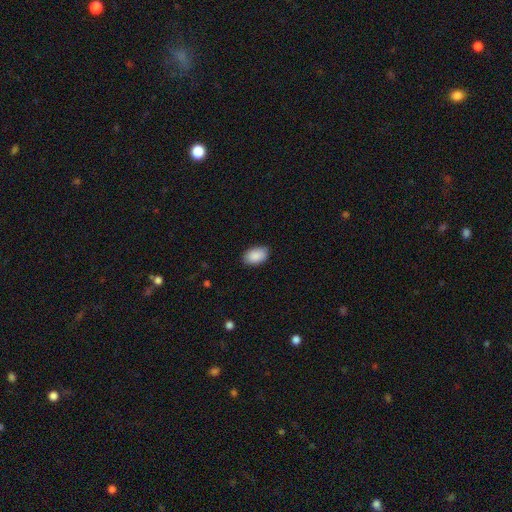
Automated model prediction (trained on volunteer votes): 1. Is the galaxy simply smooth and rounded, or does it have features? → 90% smooth, 6% star or artifact, 4% featured or disk.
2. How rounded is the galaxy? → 92% in between, 7% round, 1% cigar-shaped.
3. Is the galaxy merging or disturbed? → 86% none, 11% minor disturbance, 2% major disturbance, 1% merger.